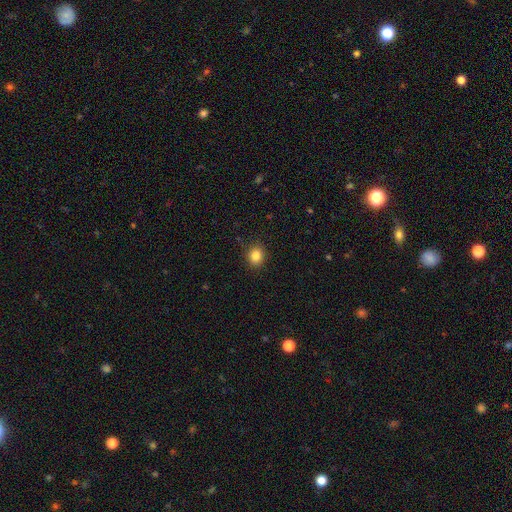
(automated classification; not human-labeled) Smooth or featured? Predicted: smooth (p=0.84). How rounded? Predicted: round (p=0.67). Merging? Predicted: none (p=0.89).